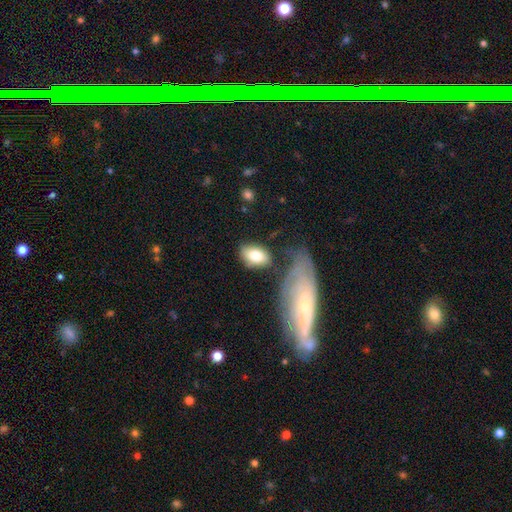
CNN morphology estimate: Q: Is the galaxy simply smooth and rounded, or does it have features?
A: smooth — 77%.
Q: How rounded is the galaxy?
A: in between — 90%.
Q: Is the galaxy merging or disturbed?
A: none — 62%.